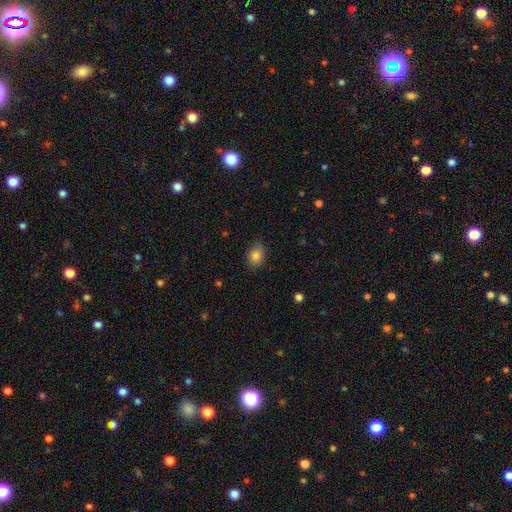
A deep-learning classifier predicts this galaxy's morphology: Smooth or featured? smooth (84%)
How rounded? in between (53%)
Merging? none (81%)